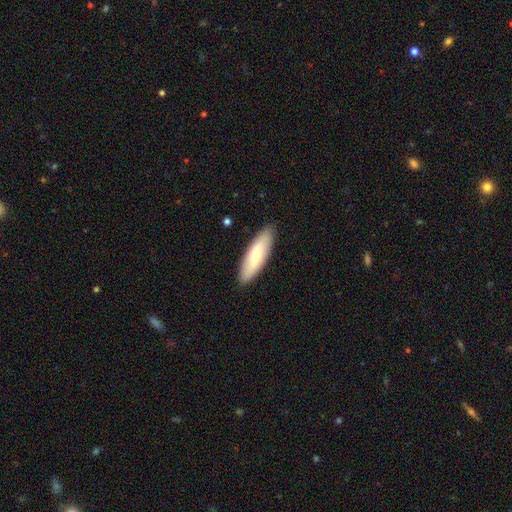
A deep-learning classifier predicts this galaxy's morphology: The model was most divided on "how rounded": cigar-shaped: 51%, in between: 47%, round: 2%. More confident: merging — none (89%); smooth or featured — smooth (67%).